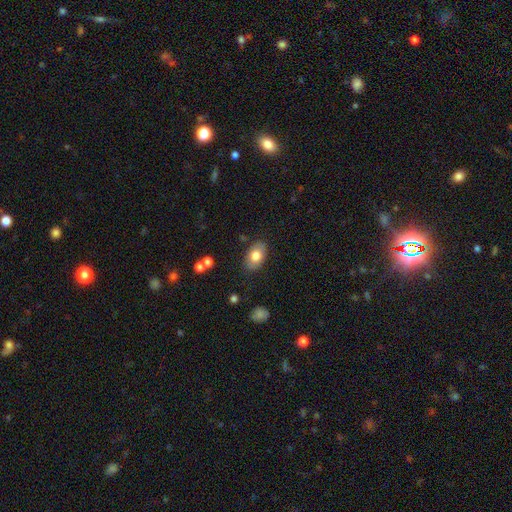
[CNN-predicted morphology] Smooth or featured?
  - smooth: 72% *
  - featured or disk: 21%
  - star or artifact: 7%
How rounded?
  - in between: 89% *
  - round: 9%
  - cigar-shaped: 1%
Merging?
  - none: 84% *
  - minor disturbance: 12%
  - major disturbance: 3%
  - merger: 1%